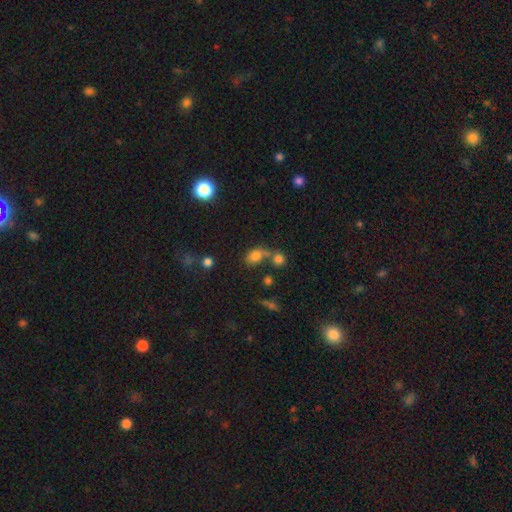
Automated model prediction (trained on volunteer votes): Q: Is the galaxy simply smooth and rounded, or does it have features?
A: smooth — 76%.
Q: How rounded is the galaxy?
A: in between — 69%.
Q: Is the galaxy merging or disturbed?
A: merger — 40%.